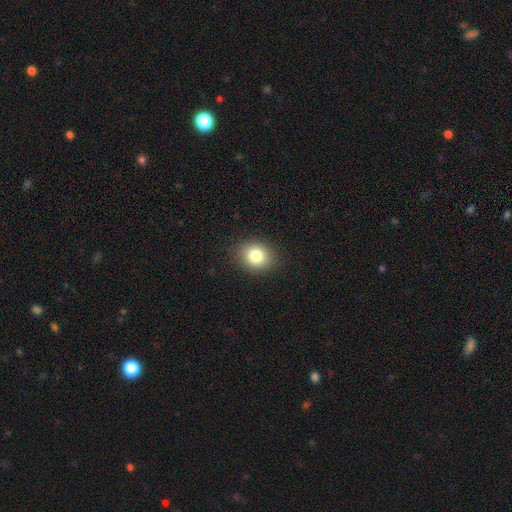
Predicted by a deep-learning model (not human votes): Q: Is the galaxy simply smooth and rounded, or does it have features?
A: smooth — 82%.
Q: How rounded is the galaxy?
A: round — 60%.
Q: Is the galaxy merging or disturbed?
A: none — 88%.